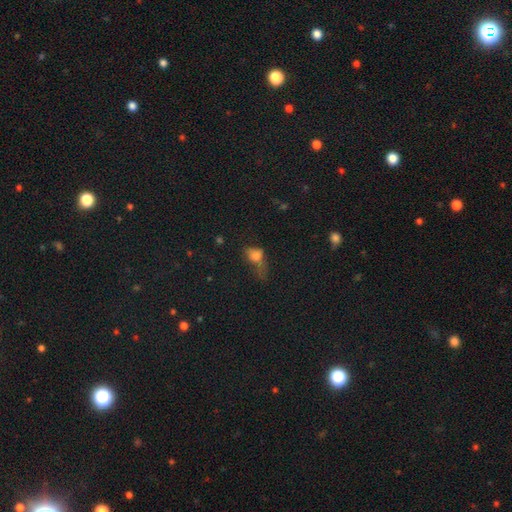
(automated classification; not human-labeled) Morphology: type=smooth (69%); roundness=in between (59%); merging=major disturbance (48%).